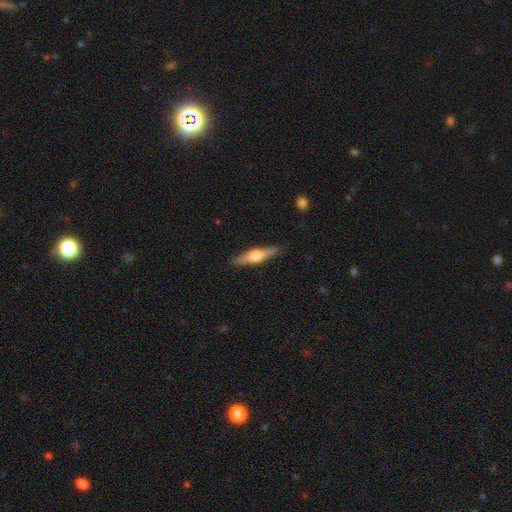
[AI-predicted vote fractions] This appears to be a featured or disk galaxy (61%) viewed edge-on (96%) with a rounded central bulge (93%). Merging: none (89%).